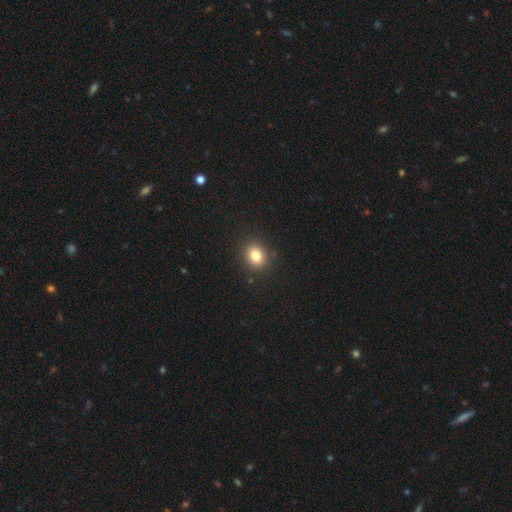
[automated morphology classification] This appears to be a smooth galaxy with no disk features (82%) that is round (59%). Merging: none (89%).